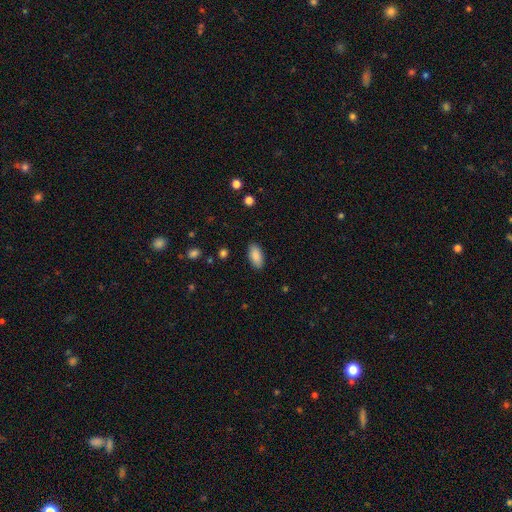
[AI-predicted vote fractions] Morphology: type=smooth (88%); roundness=in between (92%); merging=none (88%).